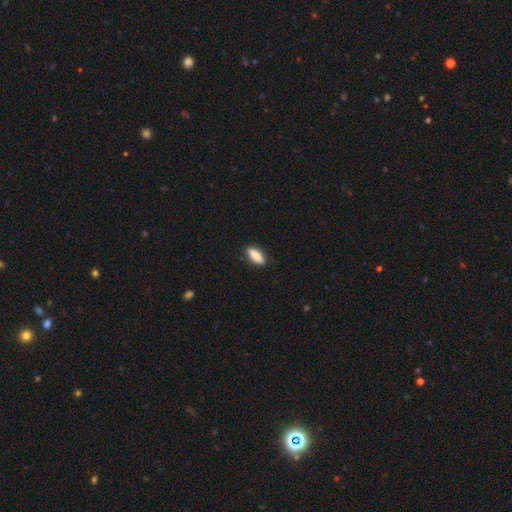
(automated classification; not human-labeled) This is clearly a smooth galaxy (82%). How rounded: likely in between (65%). Merging: clearly none (87%).